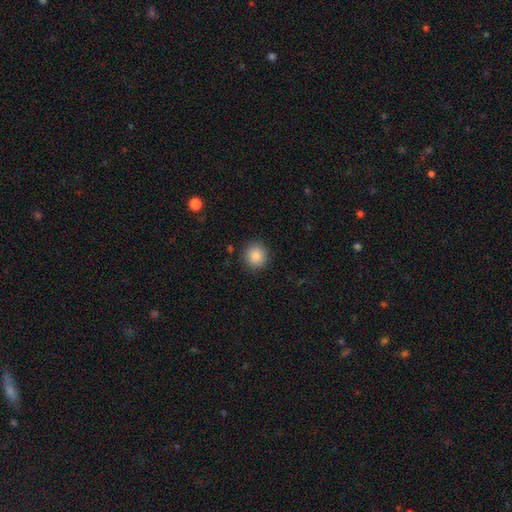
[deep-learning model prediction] Q: Smooth or featured?
A: smooth (87%); runner-up: star or artifact (9%)
Q: How rounded?
A: round (91%); runner-up: in between (8%)
Q: Merging?
A: none (90%); runner-up: minor disturbance (7%)